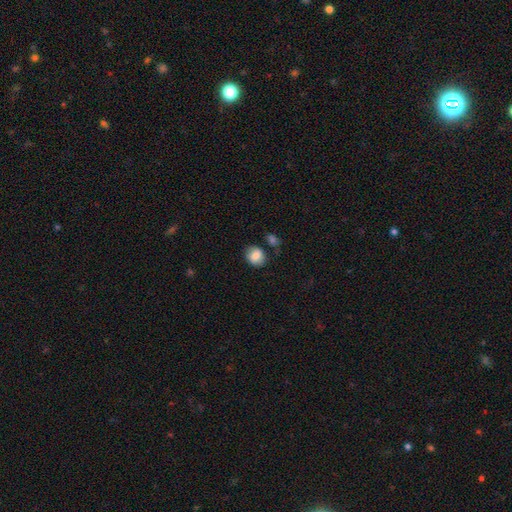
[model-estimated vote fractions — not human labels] This is clearly a smooth galaxy (82%). How rounded: likely round (65%). Merging: likely none (71%).